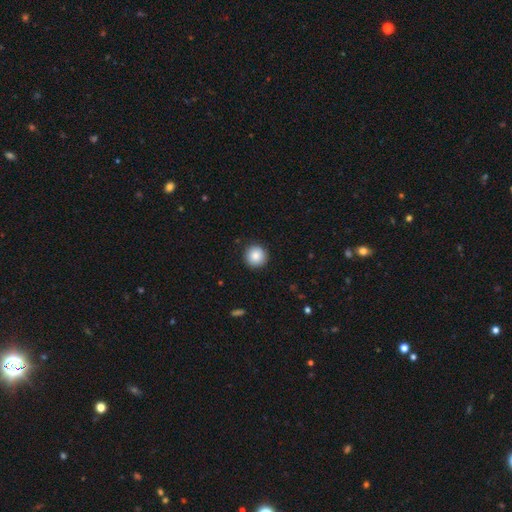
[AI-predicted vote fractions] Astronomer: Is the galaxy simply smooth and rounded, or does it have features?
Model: smooth — 86%.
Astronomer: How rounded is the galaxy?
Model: round — 95%.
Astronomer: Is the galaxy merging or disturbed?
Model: none — 91%.